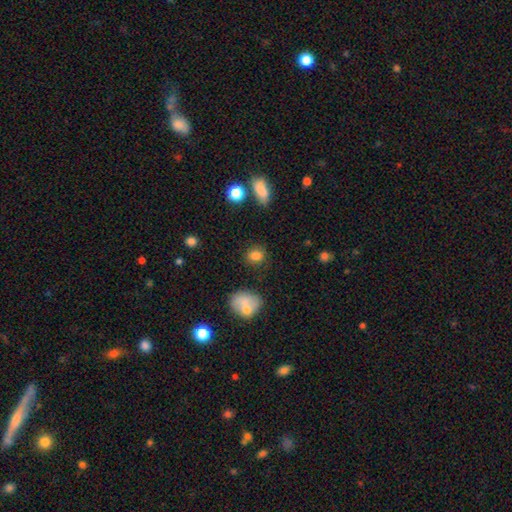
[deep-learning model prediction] Smooth or featured? smooth (82%)
How rounded? round (70%)
Merging? none (82%)